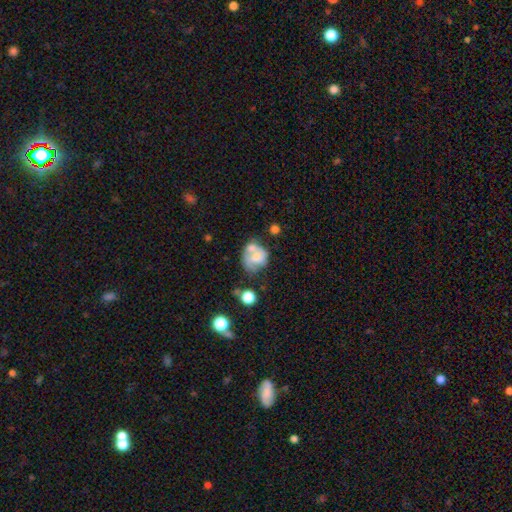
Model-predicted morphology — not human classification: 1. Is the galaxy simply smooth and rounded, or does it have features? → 47% smooth, 44% featured or disk, 9% star or artifact.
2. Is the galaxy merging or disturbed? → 35% merger, 29% none, 20% minor disturbance, 16% major disturbance.